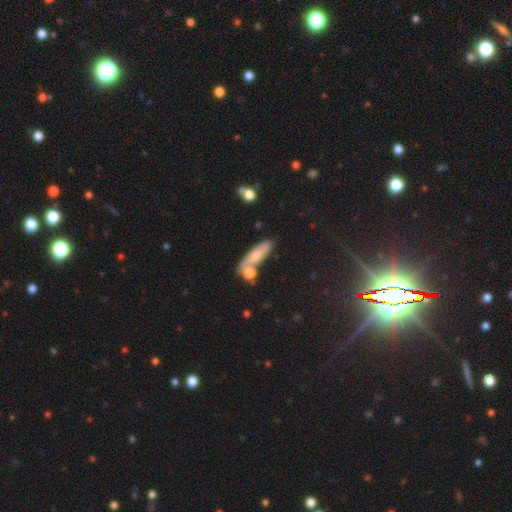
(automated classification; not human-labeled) Overall: smooth (65%). How rounded: in between (50%; cigar-shaped 44%). Merging: none (56%; merger 22%).